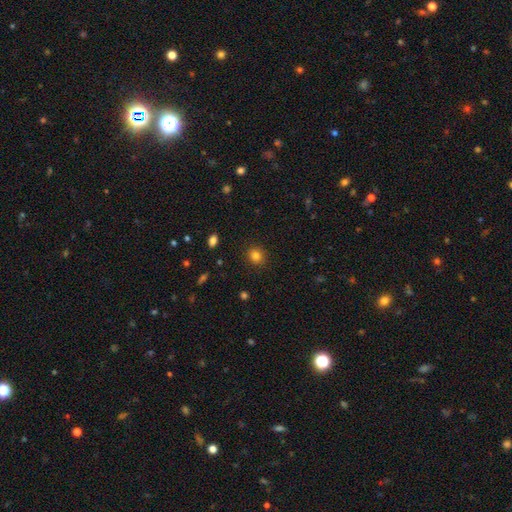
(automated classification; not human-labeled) Overall: smooth (82%). How rounded: round (83%). Merging: none (90%).